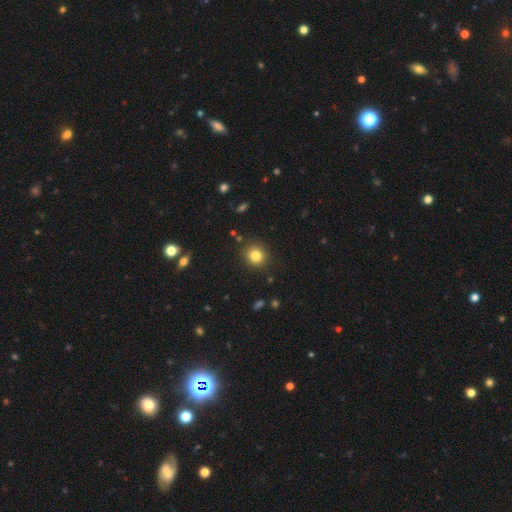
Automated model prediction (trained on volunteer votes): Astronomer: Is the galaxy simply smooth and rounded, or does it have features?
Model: smooth — 82%.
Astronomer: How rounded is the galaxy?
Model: round — 85%.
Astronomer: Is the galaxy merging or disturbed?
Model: none — 89%.